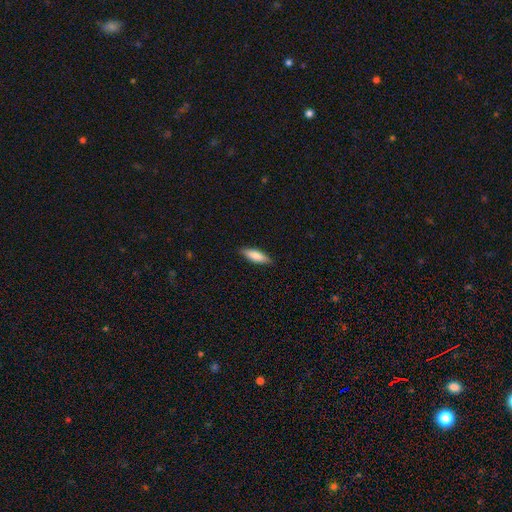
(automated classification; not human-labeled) Overall: smooth (79%). How rounded: cigar-shaped (50%; in between 48%). Merging: none (87%).